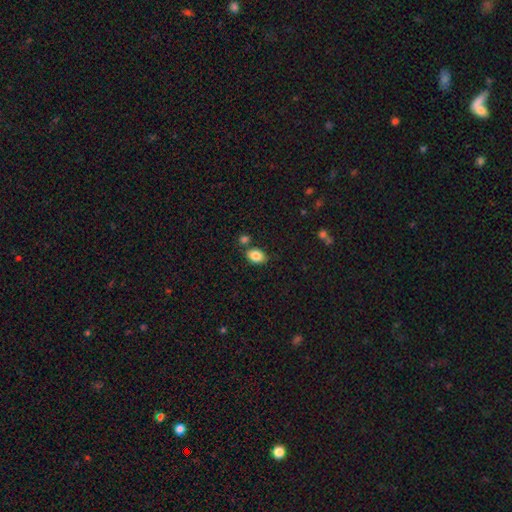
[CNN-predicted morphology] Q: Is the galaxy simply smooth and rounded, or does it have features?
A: smooth — 85%.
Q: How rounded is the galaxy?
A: in between — 78%.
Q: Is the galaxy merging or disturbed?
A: none — 71%.